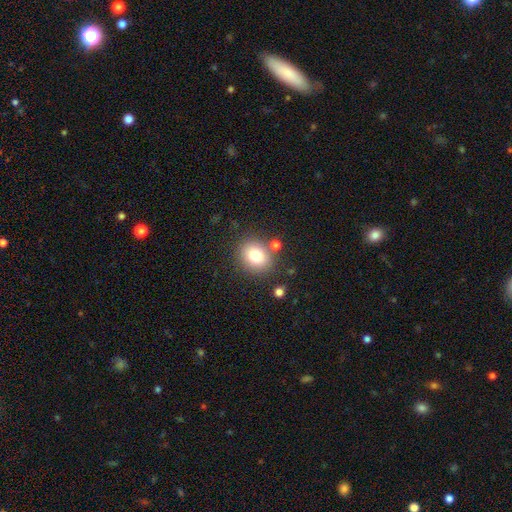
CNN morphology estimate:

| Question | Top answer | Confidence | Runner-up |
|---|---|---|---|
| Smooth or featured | smooth | 79% | star or artifact (11%) |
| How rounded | round | 63% | in between (36%) |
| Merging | none | 79% | minor disturbance (10%) |